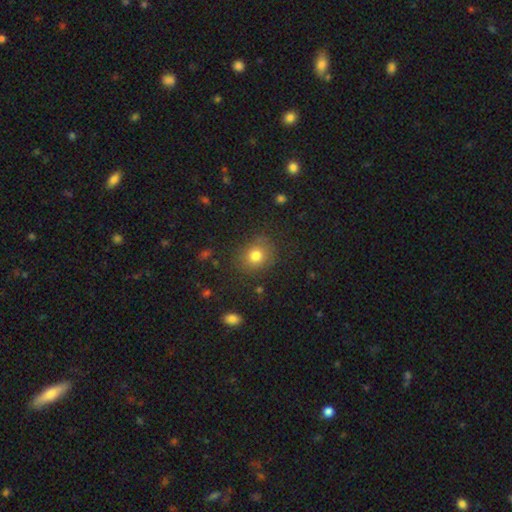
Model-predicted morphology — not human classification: Smooth or featured? Predicted: smooth (p=0.79). How rounded? Predicted: round (p=0.74). Merging? Predicted: none (p=0.81).